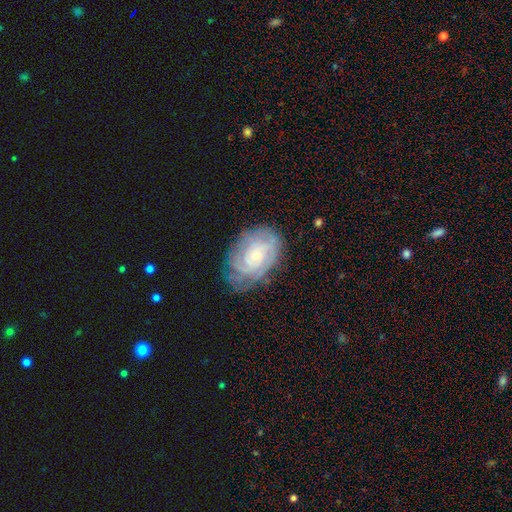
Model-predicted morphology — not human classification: A featured or disk galaxy (73%) with no bar (71%), tight (72%) spiral arms (91%) and a small central bulge (69%). Merging: none (70%).